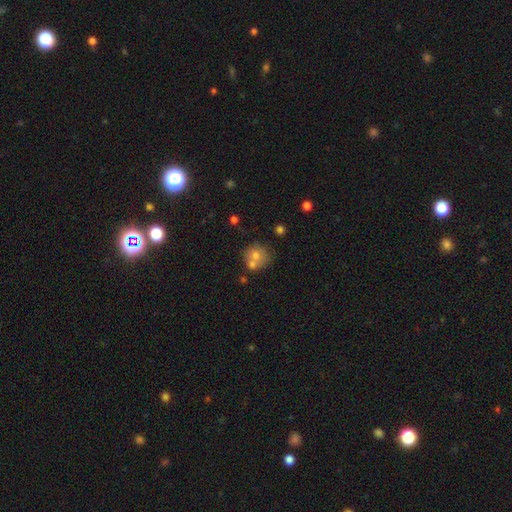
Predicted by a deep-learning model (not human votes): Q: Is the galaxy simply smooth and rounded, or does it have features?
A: smooth — 67%.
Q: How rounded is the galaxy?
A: round — 82%.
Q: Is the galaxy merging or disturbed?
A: none — 47%.